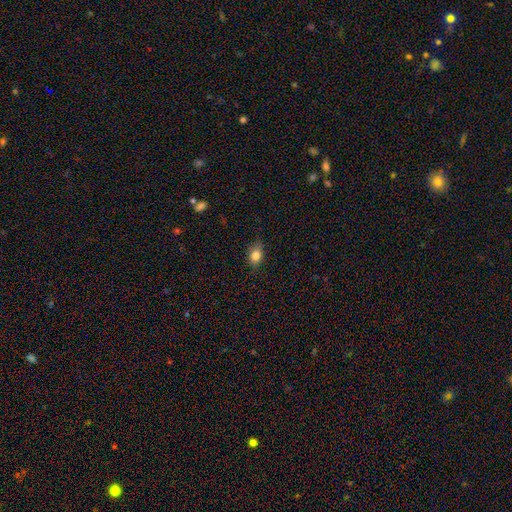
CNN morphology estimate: This appears to be a smooth galaxy with no disk features (83%) that is in between round and cigar-shaped (76%). Merging: none (81%).